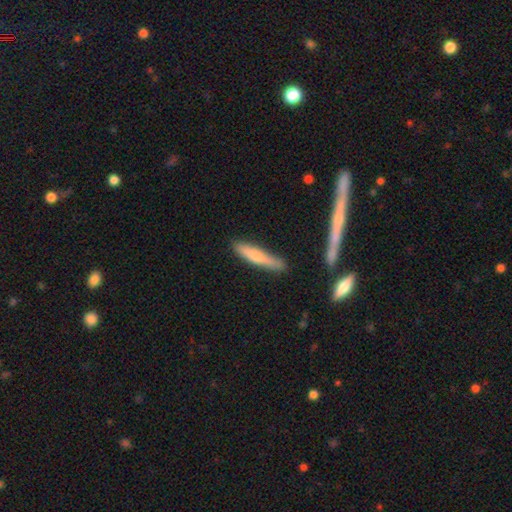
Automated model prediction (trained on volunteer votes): This is likely a smooth galaxy (65%). How rounded: clearly cigar-shaped (88%). Merging: likely none (79%).